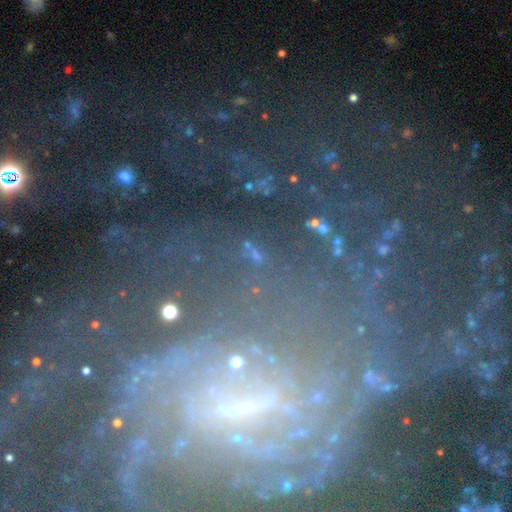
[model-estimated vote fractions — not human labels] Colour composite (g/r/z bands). It shows a star or artifact, not a galaxy (43%).